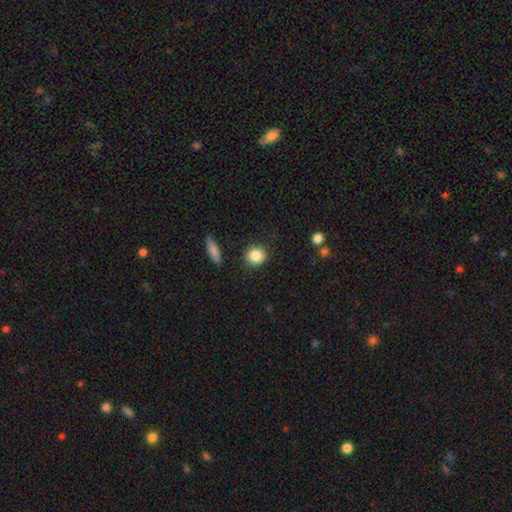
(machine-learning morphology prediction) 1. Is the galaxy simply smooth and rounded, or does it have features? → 86% smooth, 8% star or artifact, 5% featured or disk.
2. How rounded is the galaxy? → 86% round, 13% in between, 2% cigar-shaped.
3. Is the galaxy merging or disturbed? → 87% none, 8% minor disturbance, 2% major disturbance, 2% merger.